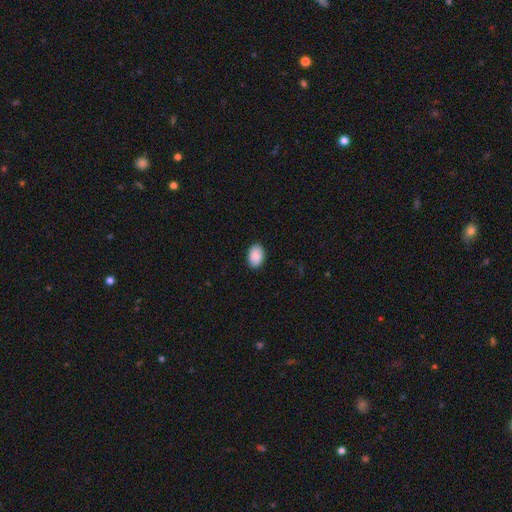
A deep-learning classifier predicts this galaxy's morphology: smooth 90%, star or artifact 6%, featured or disk 4%. Down the decision tree: how rounded — in between (86%); merging — none (89%).